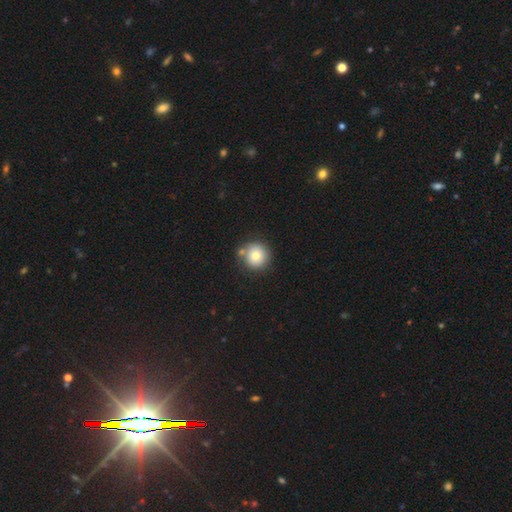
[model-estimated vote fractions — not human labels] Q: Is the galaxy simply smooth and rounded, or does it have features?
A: smooth — 78%.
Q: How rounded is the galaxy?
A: round — 94%.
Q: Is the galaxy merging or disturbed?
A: none — 73%.